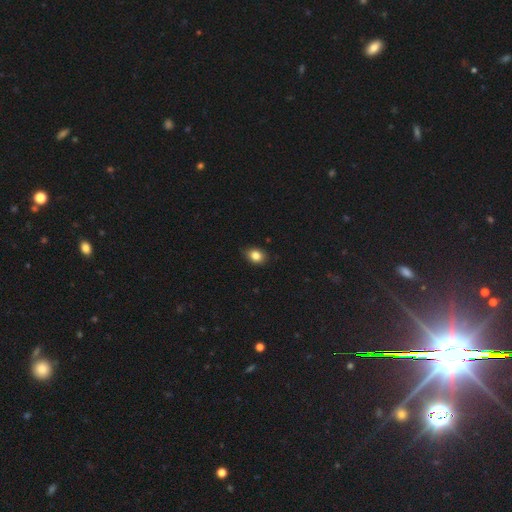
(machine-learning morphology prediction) type=smooth (84%); roundness=in between (60%); merging=none (85%).